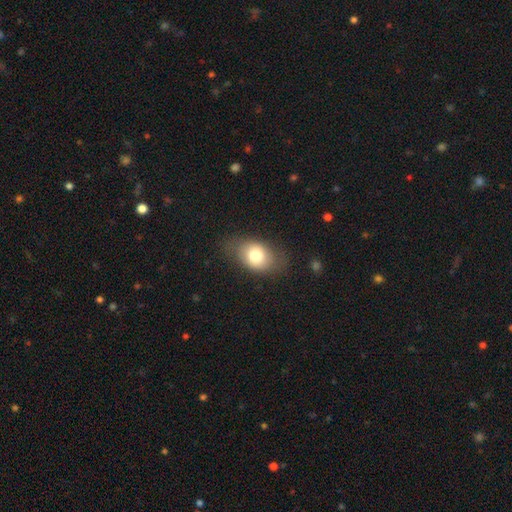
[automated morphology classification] smooth 75%, featured or disk 18%, star or artifact 8%. Down the decision tree: how rounded — in between (76%); merging — none (70%).